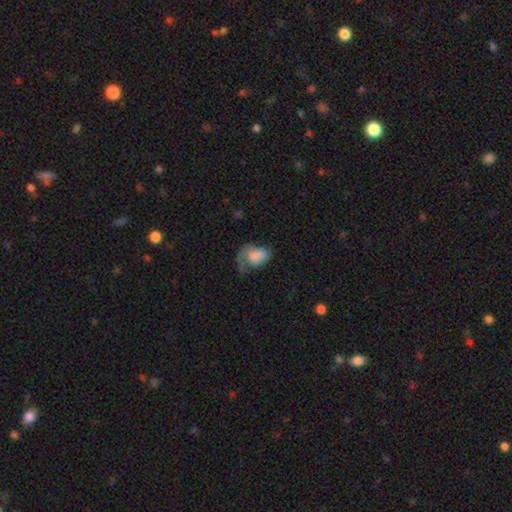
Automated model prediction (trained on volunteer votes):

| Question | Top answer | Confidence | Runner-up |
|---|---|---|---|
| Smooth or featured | smooth | 62% | featured or disk (30%) |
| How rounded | in between | 78% | round (21%) |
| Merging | major disturbance | 45% | none (26%) |